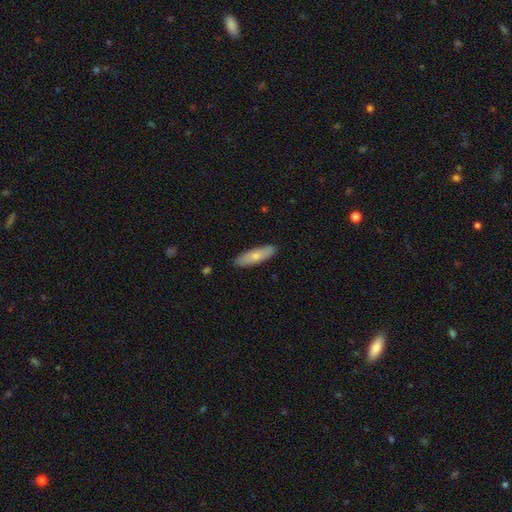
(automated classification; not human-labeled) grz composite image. It shows a smooth galaxy with no disk features (71%) that is cigar-shaped (61%). Merging: none (89%).